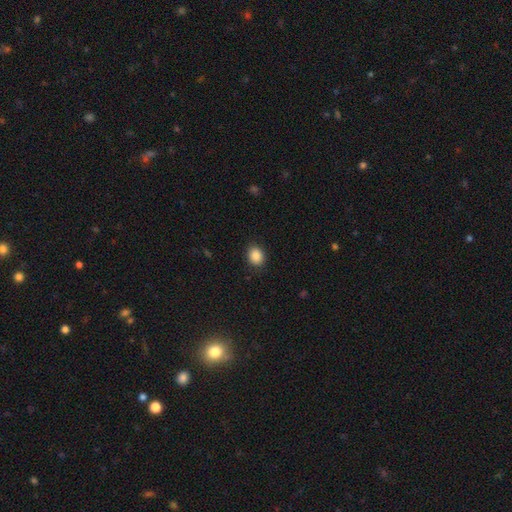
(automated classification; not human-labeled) Overall: smooth (88%). How rounded: round (54%; in between 45%). Merging: none (89%).